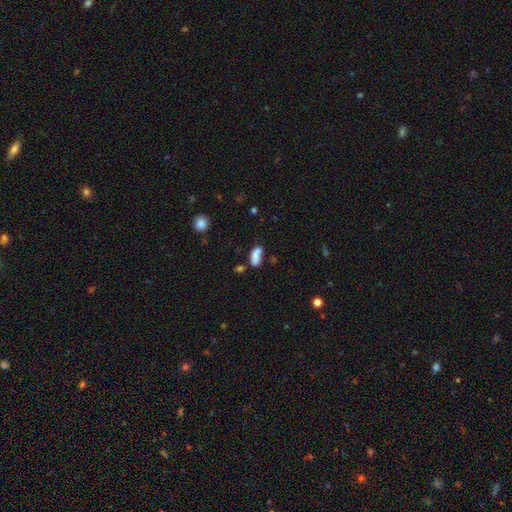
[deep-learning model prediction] smooth 78%, featured or disk 13%, star or artifact 9%. Down the decision tree: how rounded — in between (81%); merging — none (43%).